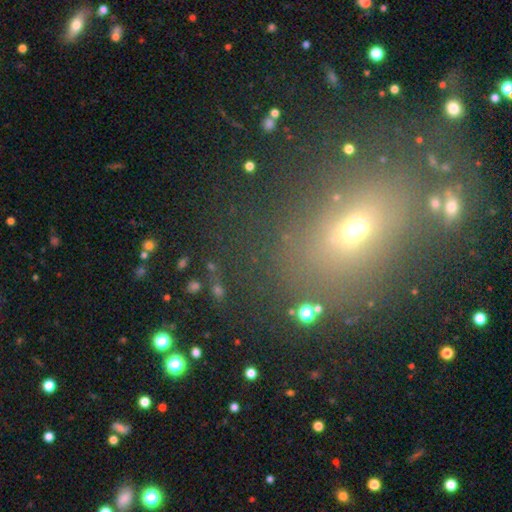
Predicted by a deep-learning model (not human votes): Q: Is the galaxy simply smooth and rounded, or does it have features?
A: smooth — 47%.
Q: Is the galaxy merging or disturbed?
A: none — 77%.